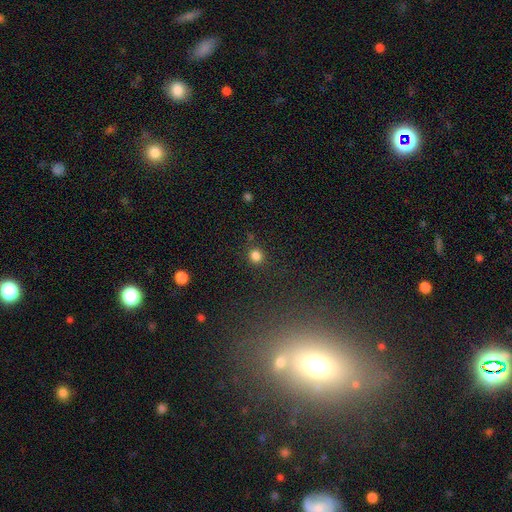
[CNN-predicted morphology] A smooth galaxy with no disk features (83%) that is round (86%).

Vote fractions:
- Smooth or featured? smooth: 83% / star or artifact: 13% / featured or disk: 4%
- How rounded? round: 86% / in between: 13% / cigar-shaped: 1%
- Merging? none: 84% / minor disturbance: 9% / merger: 4% / major disturbance: 3%